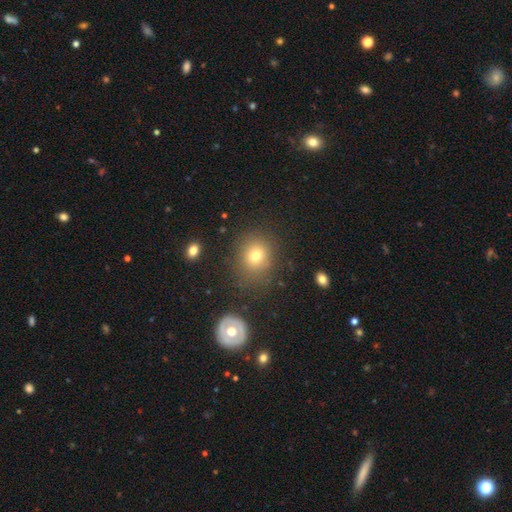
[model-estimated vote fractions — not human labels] This is likely a smooth galaxy (74%). How rounded: likely round (77%). Merging: likely none (78%).